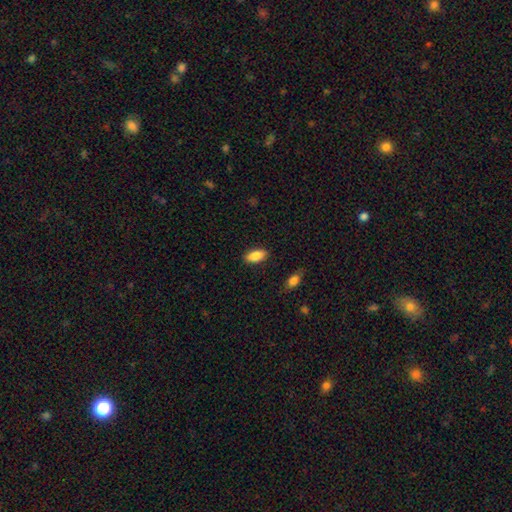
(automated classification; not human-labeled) Smooth or featured? Predicted: smooth (p=0.86). How rounded? Predicted: in between (p=0.90). Merging? Predicted: none (p=0.87).